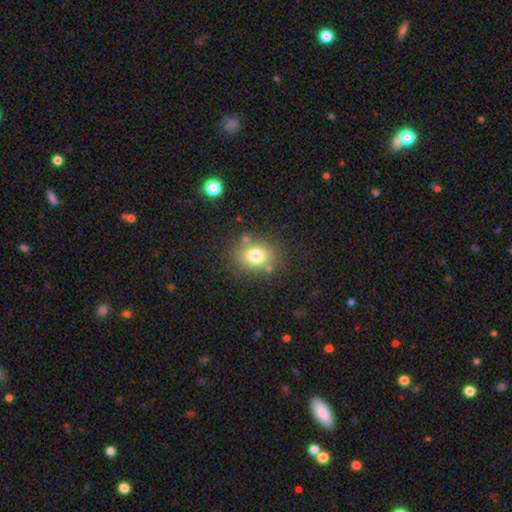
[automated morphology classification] This is likely a smooth galaxy (77%). How rounded: possibly round (53%). Merging: likely none (78%).